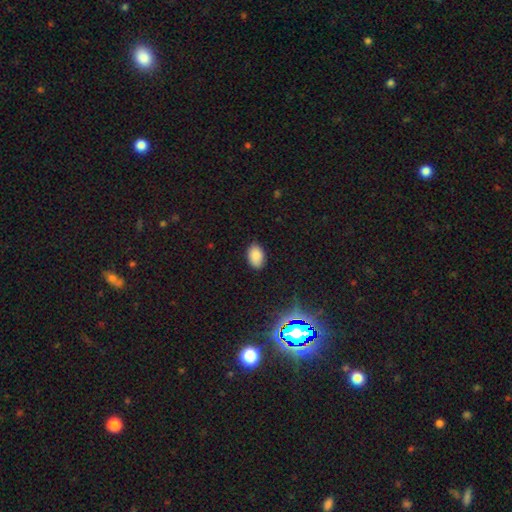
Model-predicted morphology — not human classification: Smooth or featured?
  - smooth: 86% *
  - star or artifact: 10%
  - featured or disk: 4%
How rounded?
  - in between: 90% *
  - round: 8%
  - cigar-shaped: 1%
Merging?
  - none: 85% *
  - minor disturbance: 12%
  - major disturbance: 2%
  - merger: 1%